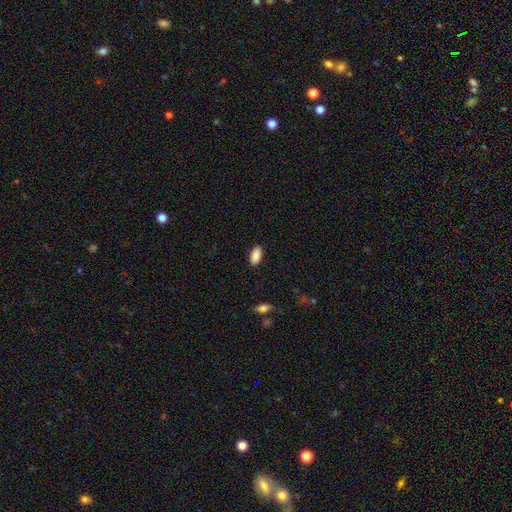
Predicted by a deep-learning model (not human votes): smooth-or-featured: smooth: 89% | star or artifact: 7% | featured or disk: 4%
  how-rounded: in between: 92% | cigar-shaped: 5% | round: 2%
  merging: none: 87% | minor disturbance: 10% | major disturbance: 2% | merger: 1%